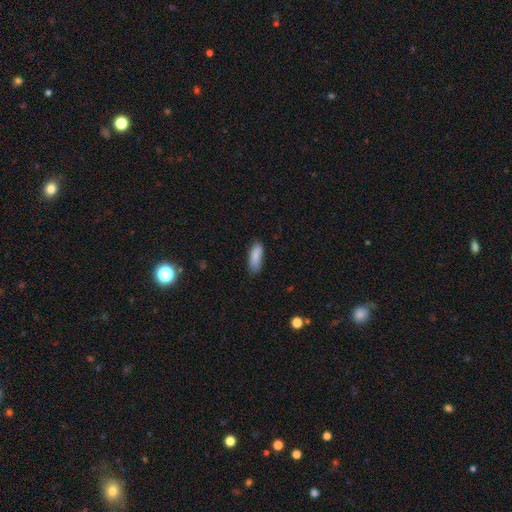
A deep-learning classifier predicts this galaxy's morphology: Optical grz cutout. It shows a smooth galaxy with no disk features (87%) that is in between round and cigar-shaped (68%). Merging: none (73%).